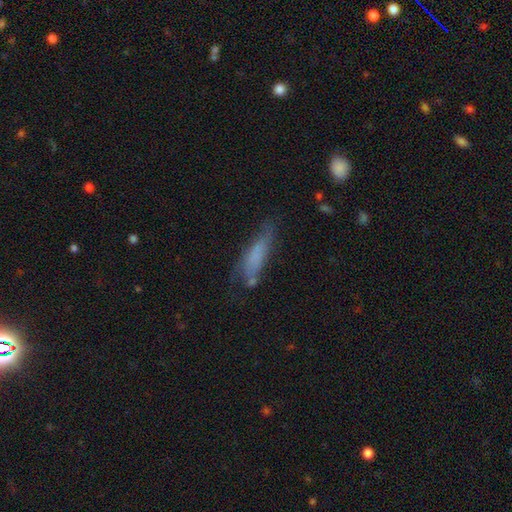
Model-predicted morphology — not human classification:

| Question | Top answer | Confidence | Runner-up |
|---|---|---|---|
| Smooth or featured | smooth | 62% | featured or disk (28%) |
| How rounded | cigar-shaped | 64% | in between (34%) |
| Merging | none | 47% | minor disturbance (30%) |